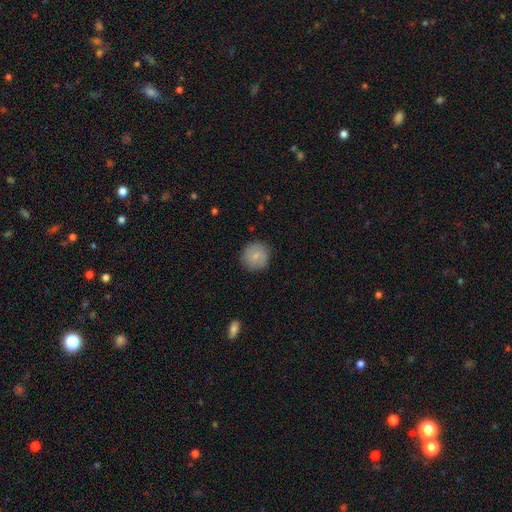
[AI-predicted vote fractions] Smooth or featured: smooth — 73% (featured or disk — 20%)
How rounded: round — 92% (in between — 7%)
Merging: none — 86% (minor disturbance — 10%)